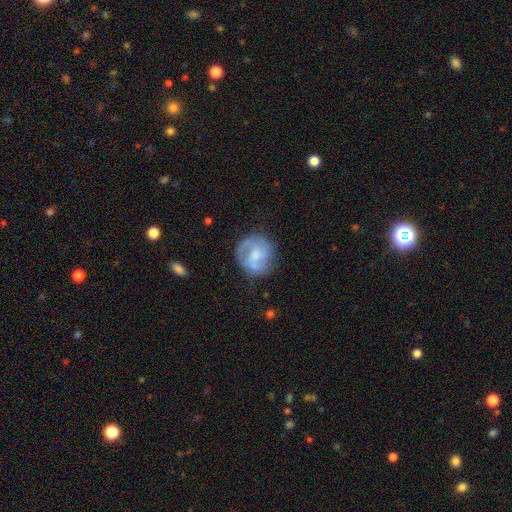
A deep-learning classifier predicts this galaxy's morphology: Smooth or featured: featured or disk — 60% (smooth — 34%)
Edge-on disk: no — 98% (yes — 2%)
Bar: no — 56% (weak — 37%)
Spiral arms: yes — 77% (no — 23%)
Bulge size: moderate — 43% (small — 39%)
Merging: none — 65% (minor disturbance — 21%)